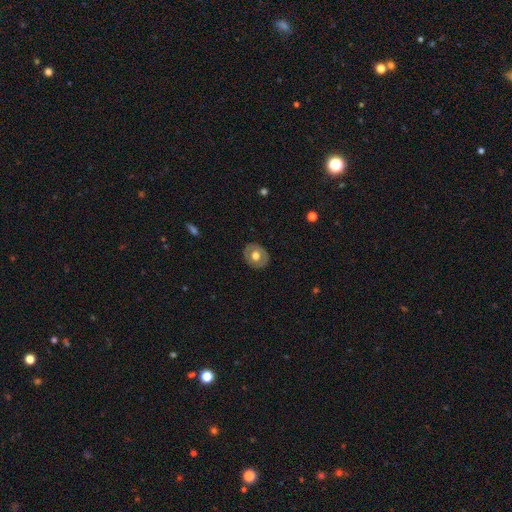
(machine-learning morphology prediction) Smooth or featured?
  - smooth: 57% *
  - featured or disk: 37%
  - star or artifact: 7%
How rounded?
  - round: 66% *
  - in between: 33%
  - cigar-shaped: 1%
Merging?
  - none: 86% *
  - minor disturbance: 10%
  - major disturbance: 3%
  - merger: 1%